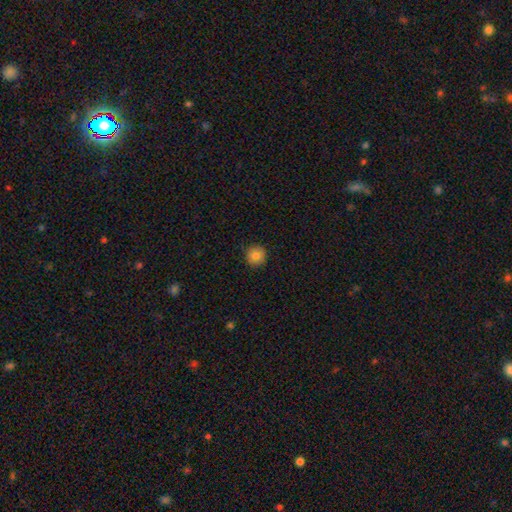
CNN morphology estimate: The model was most divided on "smooth or featured": smooth: 83%, star or artifact: 10%, featured or disk: 7%. More confident: how rounded — round (95%); merging — none (91%).